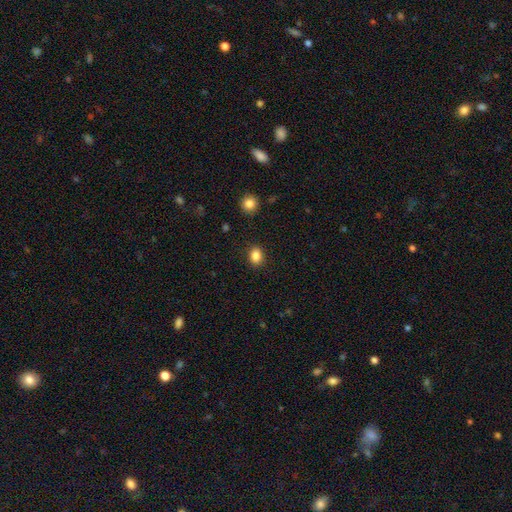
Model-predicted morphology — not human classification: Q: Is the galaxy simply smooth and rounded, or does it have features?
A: smooth — 85%.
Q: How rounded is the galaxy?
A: in between — 55%.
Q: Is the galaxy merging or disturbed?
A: none — 89%.